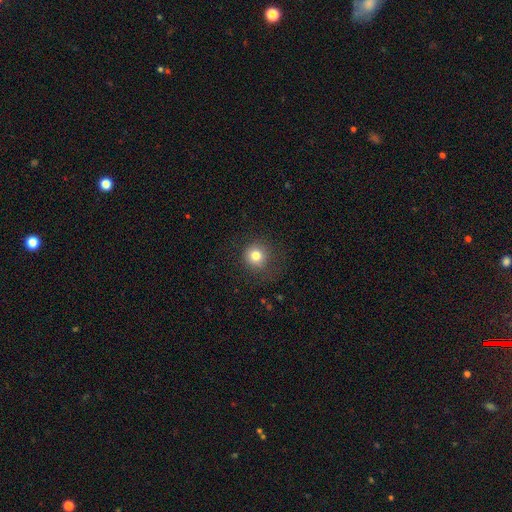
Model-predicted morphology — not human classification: A smooth galaxy with no disk features (80%) that is round (92%). Merging: none (80%).